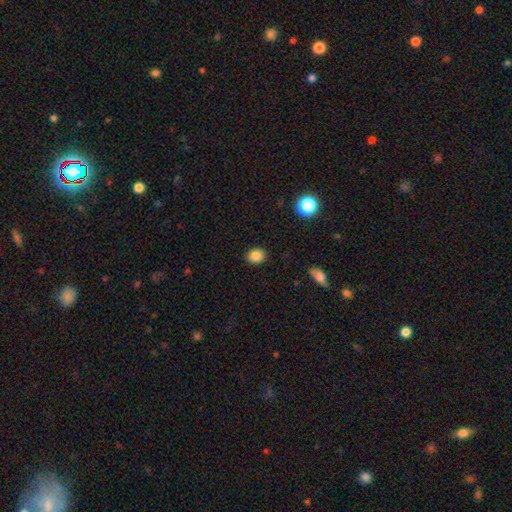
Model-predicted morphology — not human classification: type=smooth (85%); roundness=round (60%); merging=none (89%).